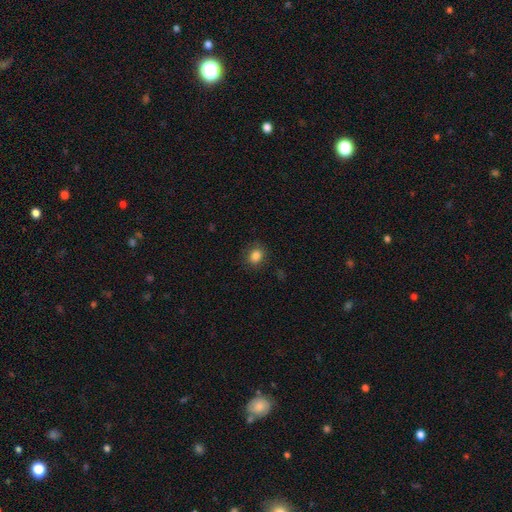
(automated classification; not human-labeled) This appears to be a smooth galaxy with no disk features (84%) that is round (60%). Merging: none (84%).